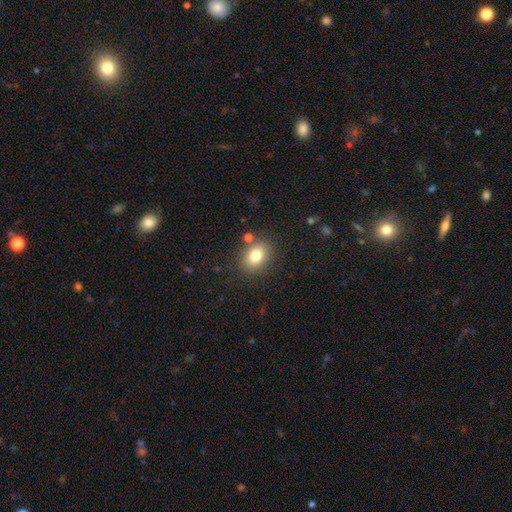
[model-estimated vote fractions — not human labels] This is likely a smooth galaxy (80%). How rounded: possibly in between (57%). Merging: clearly none (81%).